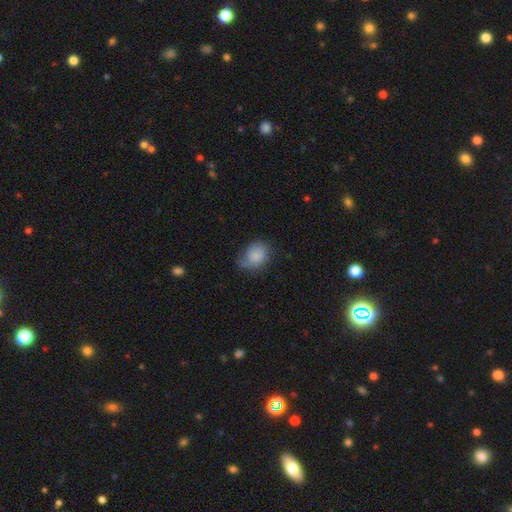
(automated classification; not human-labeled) Morphology: type=smooth (82%); roundness=in between (57%); merging=none (55%).